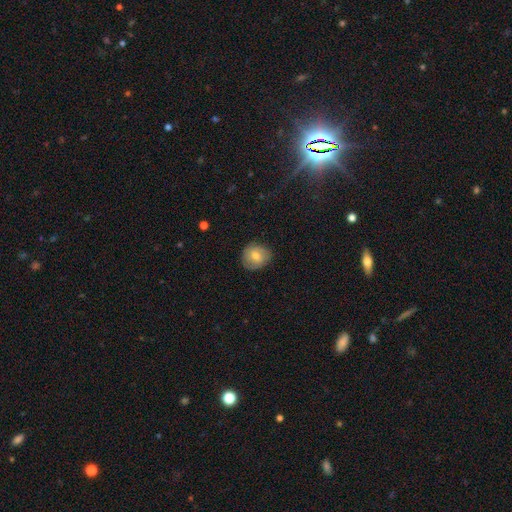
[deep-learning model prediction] Smooth or featured?
  - smooth: 63% *
  - featured or disk: 29%
  - star or artifact: 9%
How rounded?
  - round: 79% *
  - in between: 20%
  - cigar-shaped: 1%
Merging?
  - none: 81% *
  - minor disturbance: 15%
  - major disturbance: 3%
  - merger: 1%